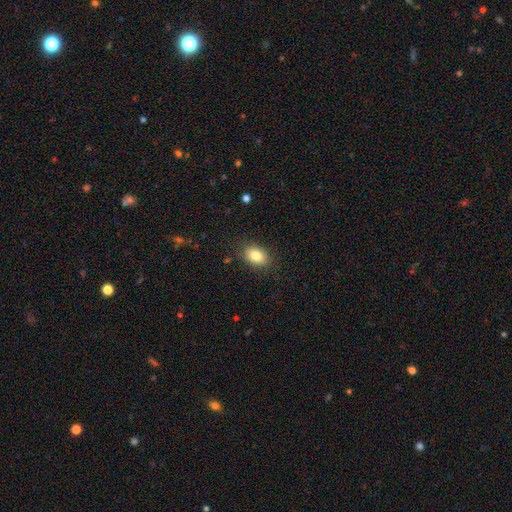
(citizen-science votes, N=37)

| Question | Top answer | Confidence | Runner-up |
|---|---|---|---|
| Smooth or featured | smooth | 92% | star or artifact (5%) |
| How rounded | in between | 85% | round (15%) |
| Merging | none | 91% | minor disturbance (9%) |